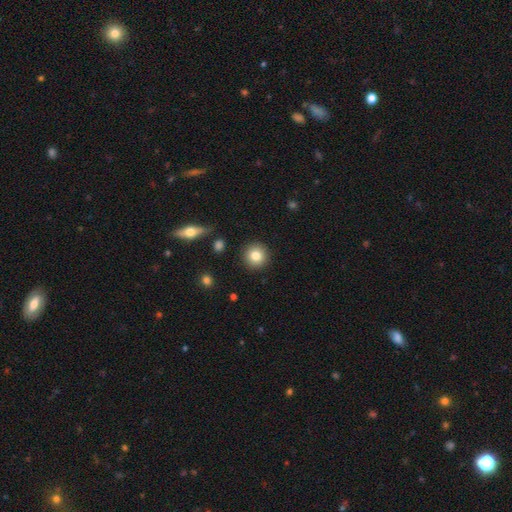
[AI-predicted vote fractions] This is clearly a smooth galaxy (81%). How rounded: clearly round (94%). Merging: clearly none (90%).